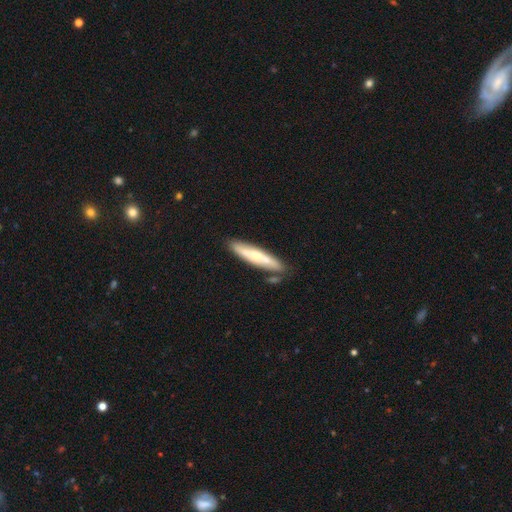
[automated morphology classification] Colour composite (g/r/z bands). It shows a smooth galaxy with no disk features (48%). Merging: none (78%).